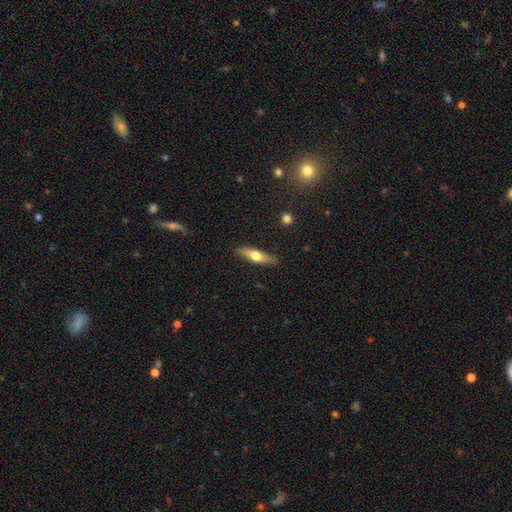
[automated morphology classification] Smooth or featured? Predicted: featured or disk (p=0.49). Merging? Predicted: none (p=0.87).